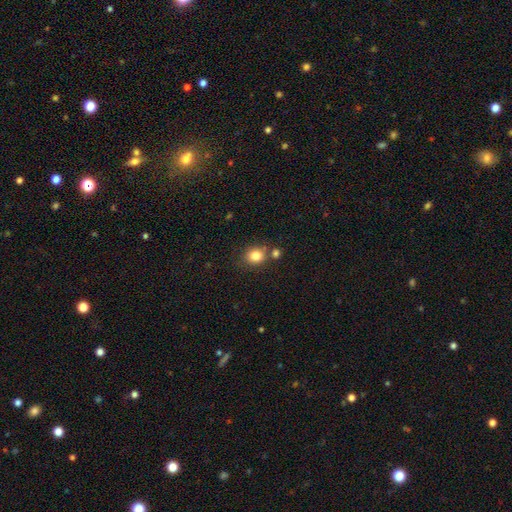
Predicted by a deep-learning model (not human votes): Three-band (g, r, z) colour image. It shows a smooth galaxy with no disk features (83%) that is round (68%). Merging: none (69%).